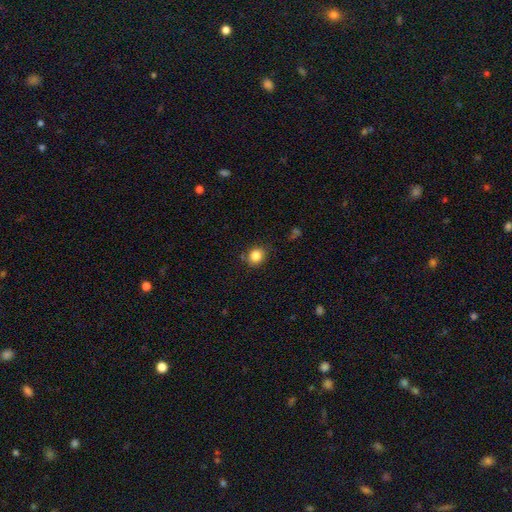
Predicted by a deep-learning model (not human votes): smooth_or_featured: smooth (p=0.84) [alt: star or artifact p=0.11]
how_rounded: round (p=0.75) [alt: in between p=0.24]
merging: none (p=0.81) [alt: minor disturbance p=0.13]